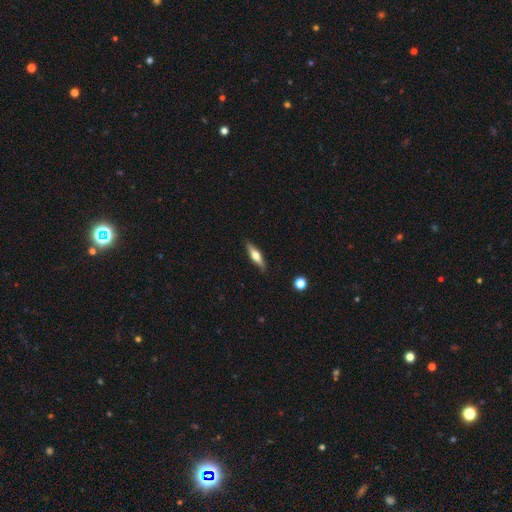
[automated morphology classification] type=featured or disk (51%); edge-on=yes (94%); merging=none (87%).